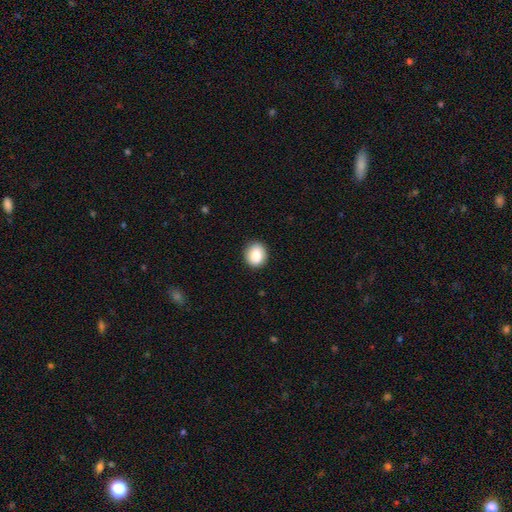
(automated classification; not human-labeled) smooth 85%, star or artifact 8%, featured or disk 7%. Down the decision tree: how rounded — round (78%); merging — none (90%).